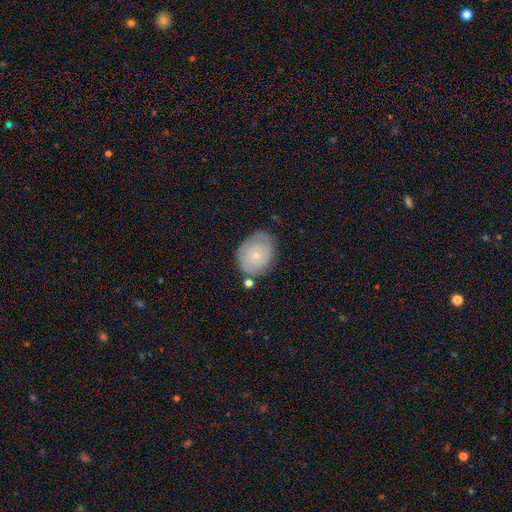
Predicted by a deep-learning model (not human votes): smooth 50%, featured or disk 43%, star or artifact 7%. Down the decision tree: how rounded — in between (58%); merging — none (65%).